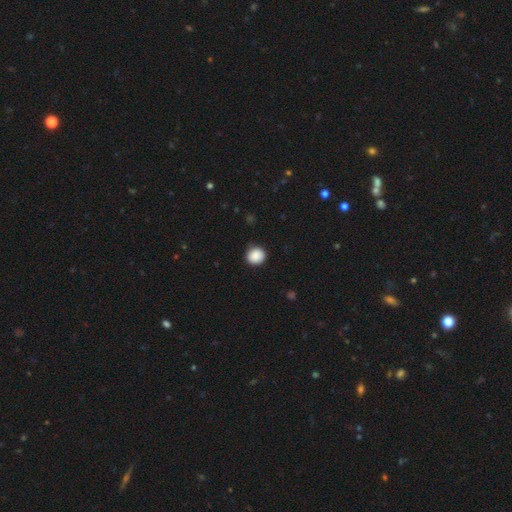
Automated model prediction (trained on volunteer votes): Smooth or featured? Predicted: smooth (p=0.89). How rounded? Predicted: round (p=0.89). Merging? Predicted: none (p=0.87).